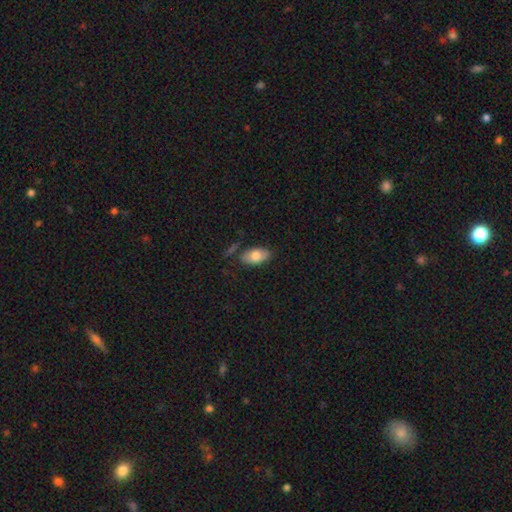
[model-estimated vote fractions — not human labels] A smooth galaxy with no disk features (77%) that is in between round and cigar-shaped (92%).

Vote fractions:
- Smooth or featured? smooth: 77% / featured or disk: 17% / star or artifact: 7%
- How rounded? in between: 92% / round: 5% / cigar-shaped: 2%
- Merging? none: 76% / minor disturbance: 15% / merger: 5% / major disturbance: 4%